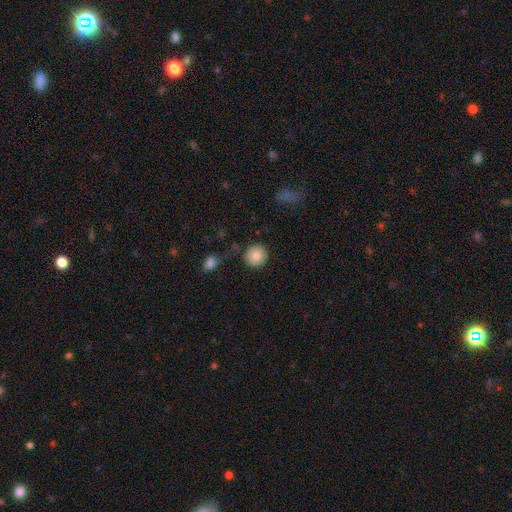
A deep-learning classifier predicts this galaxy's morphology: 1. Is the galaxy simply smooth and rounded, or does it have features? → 83% smooth, 9% star or artifact, 8% featured or disk.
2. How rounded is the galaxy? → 94% round, 5% in between, 1% cigar-shaped.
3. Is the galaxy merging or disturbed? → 84% none, 10% minor disturbance, 4% merger, 3% major disturbance.